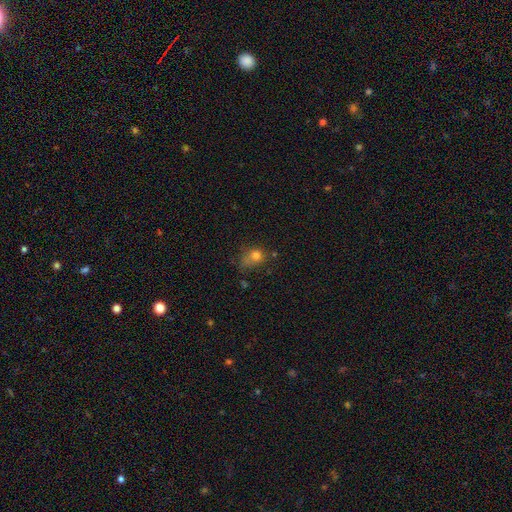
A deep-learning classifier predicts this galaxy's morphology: This is likely a smooth galaxy (75%). How rounded: possibly round (57%). Merging: marginally none (36%).